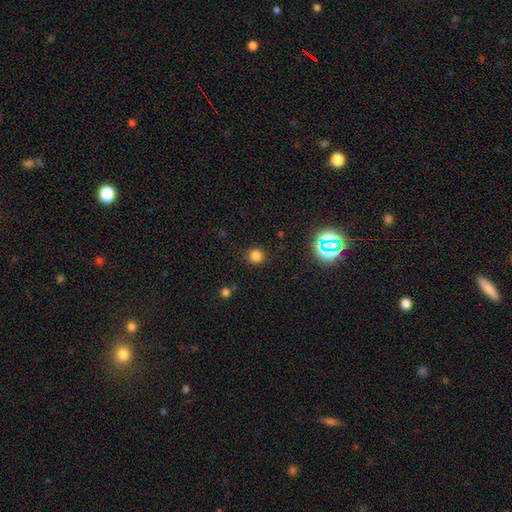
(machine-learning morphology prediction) A smooth galaxy with no disk features (78%) that is round (92%). Merging: none (87%).